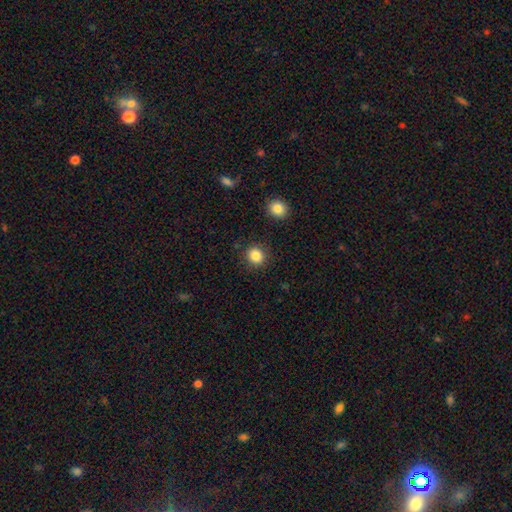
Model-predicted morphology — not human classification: Smooth or featured: smooth — 85% (star or artifact — 10%)
How rounded: round — 82% (in between — 17%)
Merging: none — 88% (minor disturbance — 7%)